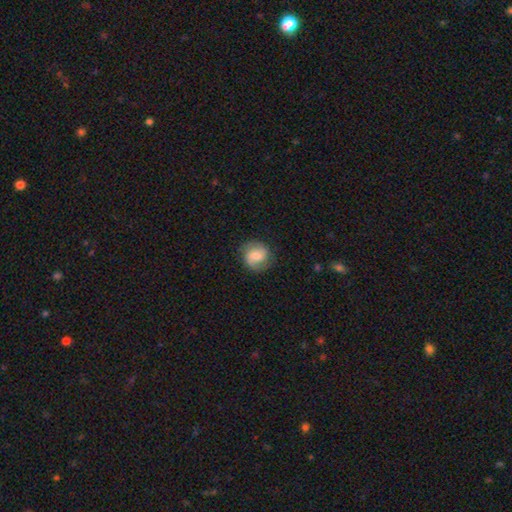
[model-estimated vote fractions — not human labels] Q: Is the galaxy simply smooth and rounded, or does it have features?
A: smooth — 47%.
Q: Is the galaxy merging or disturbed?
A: none — 82%.